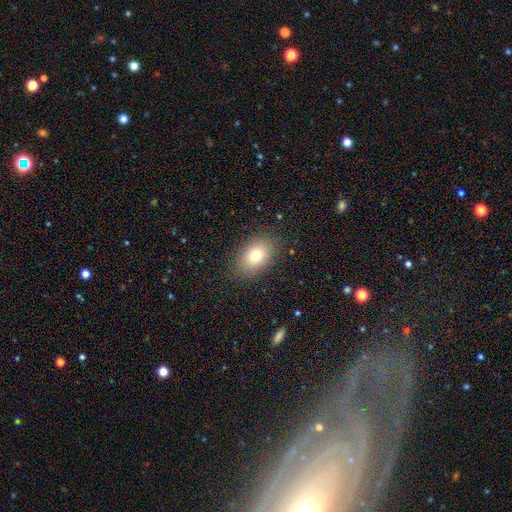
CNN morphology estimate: Smooth or featured? Predicted: smooth (p=0.76). How rounded? Predicted: in between (p=0.82). Merging? Predicted: none (p=0.85).